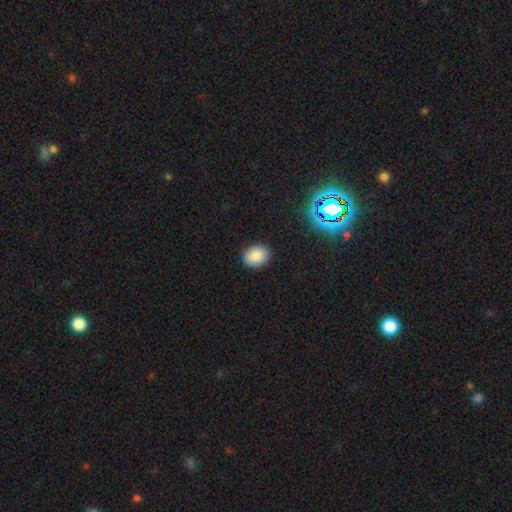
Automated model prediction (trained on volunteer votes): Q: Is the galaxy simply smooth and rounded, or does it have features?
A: smooth — 87%.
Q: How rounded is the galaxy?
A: in between — 57%.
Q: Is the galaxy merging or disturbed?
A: none — 88%.